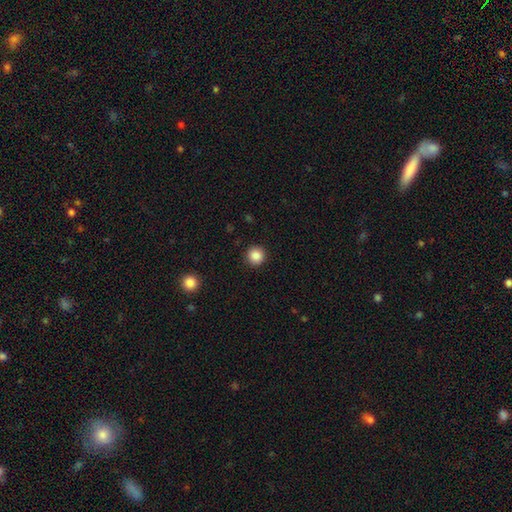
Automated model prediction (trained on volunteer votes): A smooth galaxy with no disk features (86%) that is round (95%).

Vote fractions:
- Smooth or featured? smooth: 86% / star or artifact: 10% / featured or disk: 4%
- How rounded? round: 95% / in between: 4% / cigar-shaped: 1%
- Merging? none: 92% / minor disturbance: 5% / major disturbance: 2% / merger: 1%